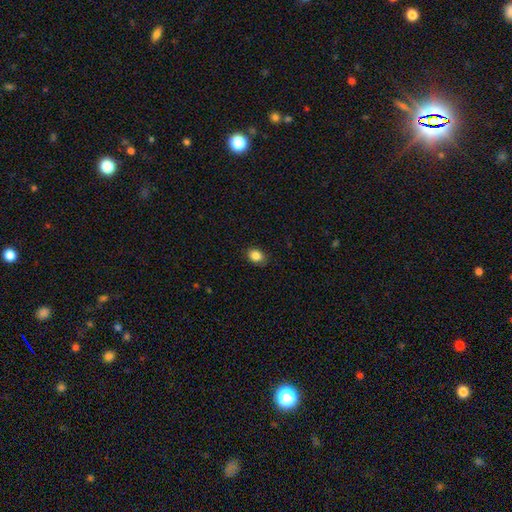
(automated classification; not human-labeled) Smooth or featured? smooth (86%)
How rounded? in between (61%)
Merging? none (87%)